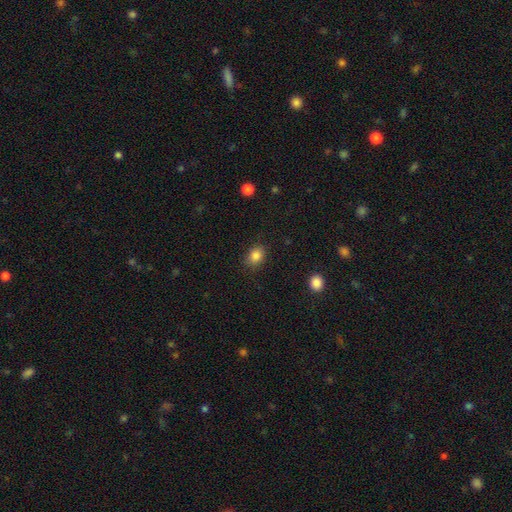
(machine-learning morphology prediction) Smooth or featured?
  - smooth: 85% *
  - star or artifact: 10%
  - featured or disk: 5%
How rounded?
  - in between: 60% *
  - round: 39%
  - cigar-shaped: 1%
Merging?
  - none: 83% *
  - minor disturbance: 12%
  - major disturbance: 3%
  - merger: 1%